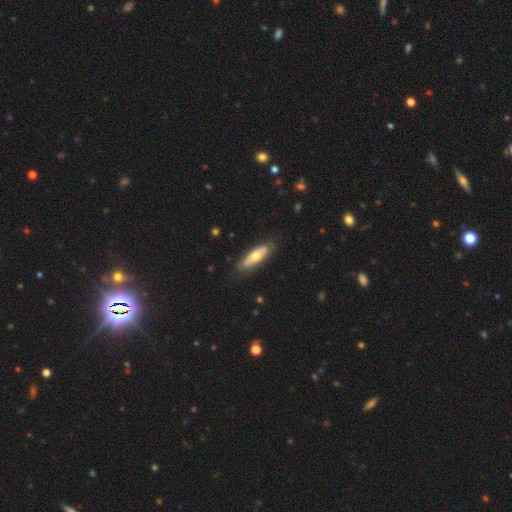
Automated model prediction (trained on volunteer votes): This is possibly a smooth galaxy (53%). How rounded: possibly cigar-shaped (52%). Merging: clearly none (82%).